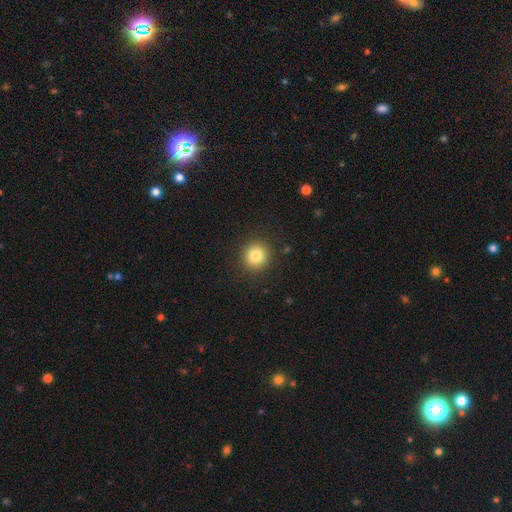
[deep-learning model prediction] Smooth or featured: smooth — 82% (star or artifact — 11%)
How rounded: round — 93% (in between — 6%)
Merging: none — 91% (minor disturbance — 6%)